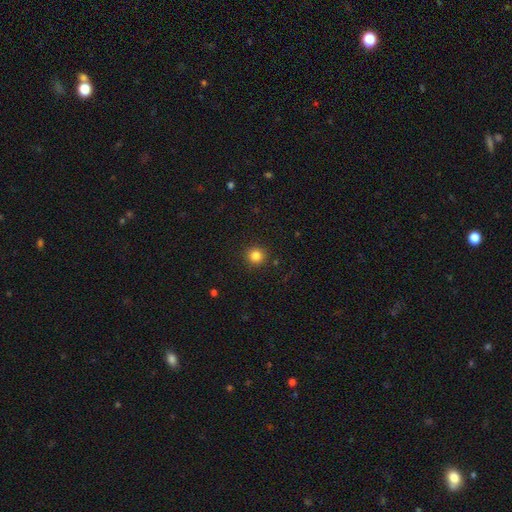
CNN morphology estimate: The model was most divided on "smooth or featured": smooth: 83%, star or artifact: 12%, featured or disk: 5%. More confident: how rounded — round (94%); merging — none (92%).